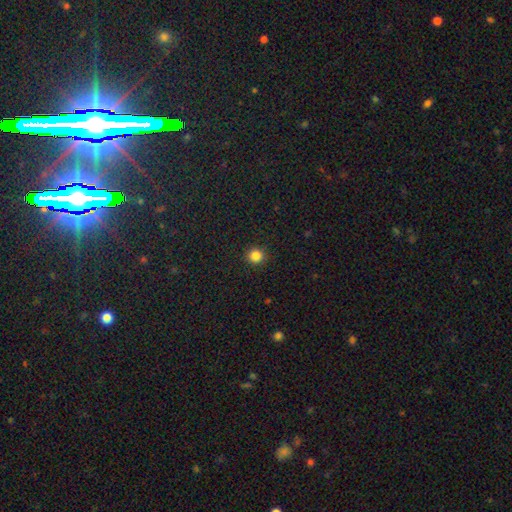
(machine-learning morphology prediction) Q: Smooth or featured?
A: smooth (85%); runner-up: star or artifact (12%)
Q: How rounded?
A: round (93%); runner-up: in between (6%)
Q: Merging?
A: none (93%); runner-up: minor disturbance (5%)